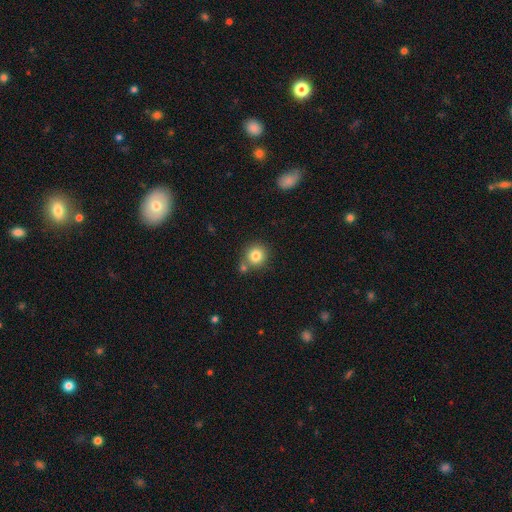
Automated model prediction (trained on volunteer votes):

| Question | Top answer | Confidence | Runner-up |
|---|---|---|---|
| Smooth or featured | smooth | 81% | star or artifact (11%) |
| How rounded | round | 90% | in between (9%) |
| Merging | none | 69% | merger (18%) |